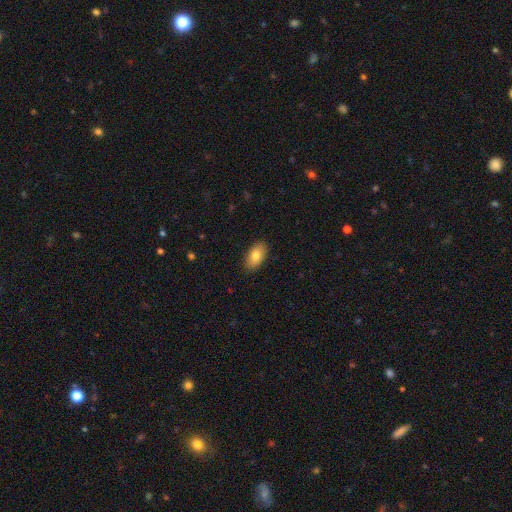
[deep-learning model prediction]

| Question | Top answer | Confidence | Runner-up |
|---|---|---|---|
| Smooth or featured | smooth | 81% | featured or disk (12%) |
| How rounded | in between | 93% | round (4%) |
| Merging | none | 88% | minor disturbance (9%) |